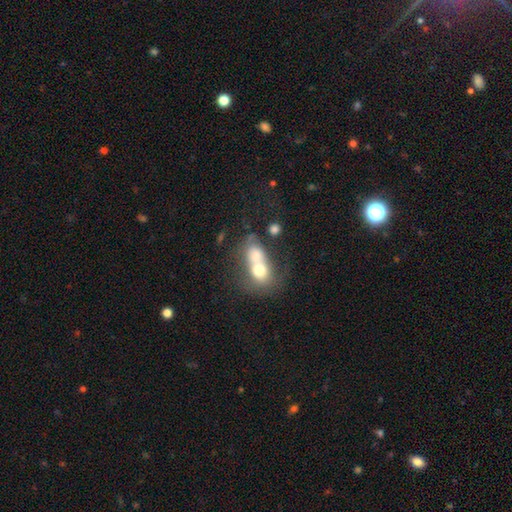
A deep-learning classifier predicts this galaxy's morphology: Smooth or featured? Predicted: smooth (p=0.64). How rounded? Predicted: in between (p=0.60). Merging? Predicted: merger (p=0.76).